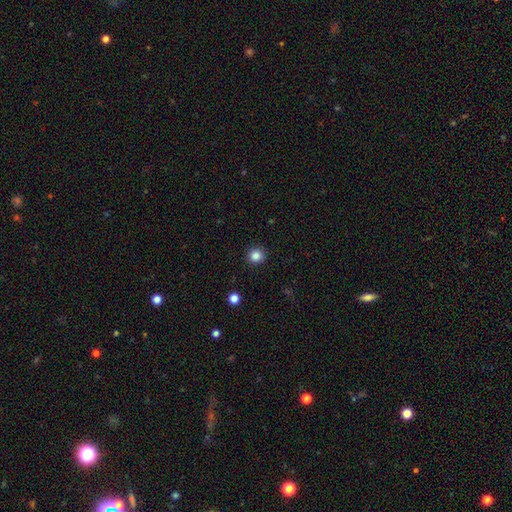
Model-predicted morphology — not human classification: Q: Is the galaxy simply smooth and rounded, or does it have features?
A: smooth — 85%.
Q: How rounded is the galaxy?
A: round — 93%.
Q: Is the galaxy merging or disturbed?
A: none — 92%.